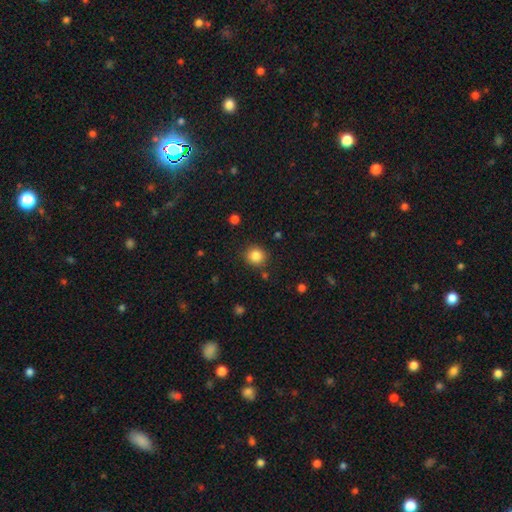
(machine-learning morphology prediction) smooth-or-featured: smooth: 85% | star or artifact: 10% | featured or disk: 5%
  how-rounded: round: 89% | in between: 10% | cigar-shaped: 1%
  merging: none: 87% | minor disturbance: 8% | major disturbance: 3% | merger: 3%